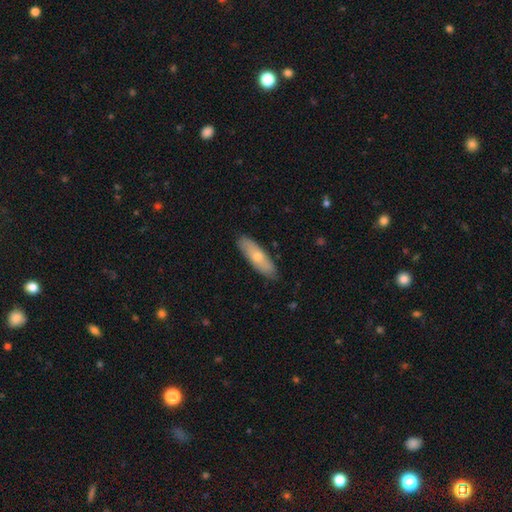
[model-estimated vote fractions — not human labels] smooth-or-featured: smooth: 59% | featured or disk: 35% | star or artifact: 7%
  how-rounded: cigar-shaped: 55% | in between: 43% | round: 2%
  merging: none: 88% | minor disturbance: 10% | major disturbance: 2% | merger: 1%